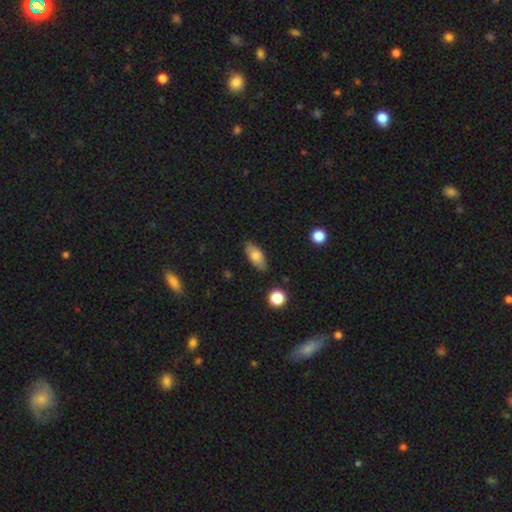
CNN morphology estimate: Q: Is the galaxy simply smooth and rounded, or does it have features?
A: smooth — 73%.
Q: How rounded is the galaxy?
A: in between — 87%.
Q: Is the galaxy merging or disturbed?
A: none — 78%.